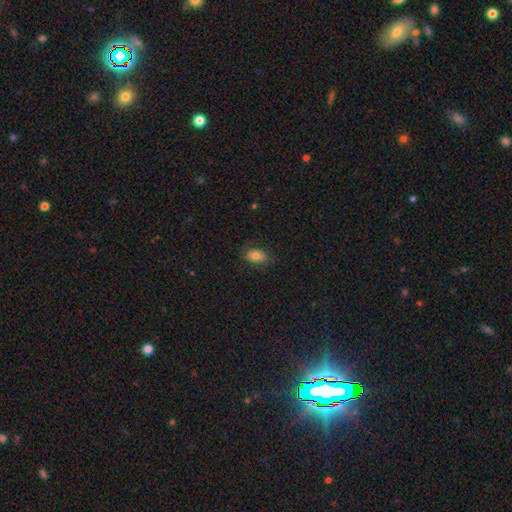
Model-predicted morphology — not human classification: A smooth galaxy with no disk features (79%) that is in between round and cigar-shaped (84%). Merging: none (79%).